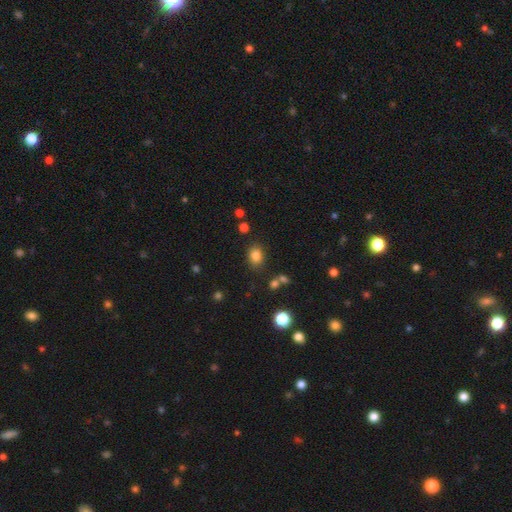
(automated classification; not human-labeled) Smooth or featured?
  - smooth: 82% *
  - star or artifact: 12%
  - featured or disk: 6%
How rounded?
  - in between: 58% *
  - round: 41%
  - cigar-shaped: 1%
Merging?
  - none: 81% *
  - minor disturbance: 11%
  - merger: 5%
  - major disturbance: 3%